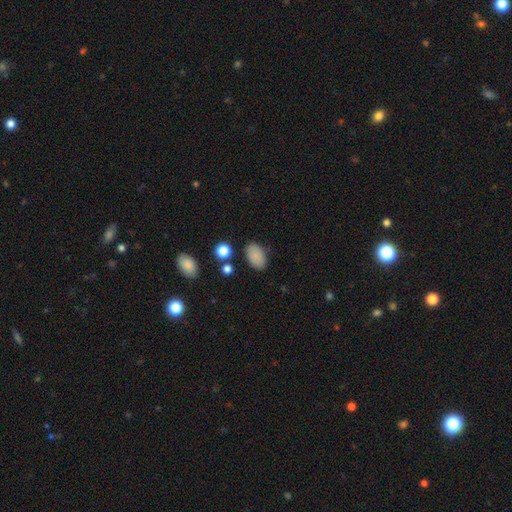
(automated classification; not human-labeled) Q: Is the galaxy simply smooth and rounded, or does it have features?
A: smooth — 86%.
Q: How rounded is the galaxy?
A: in between — 91%.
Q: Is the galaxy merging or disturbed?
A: none — 82%.